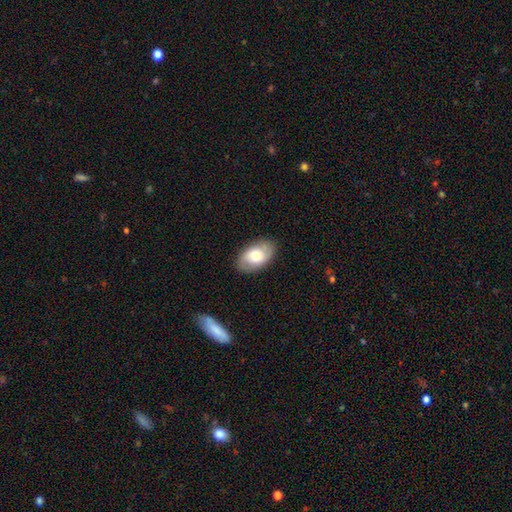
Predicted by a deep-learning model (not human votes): A smooth galaxy with no disk features (60%) that is in between round and cigar-shaped (92%). Merging: none (85%).